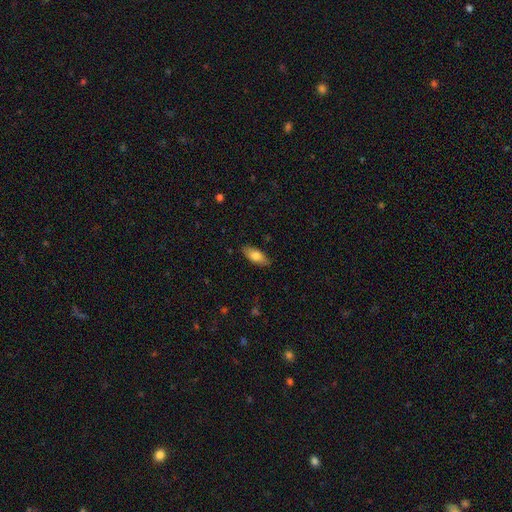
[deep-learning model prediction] A smooth galaxy with no disk features (74%) that is in between round and cigar-shaped (79%).

Vote fractions:
- Smooth or featured? smooth: 74% / featured or disk: 19% / star or artifact: 6%
- How rounded? in between: 79% / cigar-shaped: 18% / round: 3%
- Merging? none: 85% / minor disturbance: 12% / major disturbance: 2% / merger: 1%